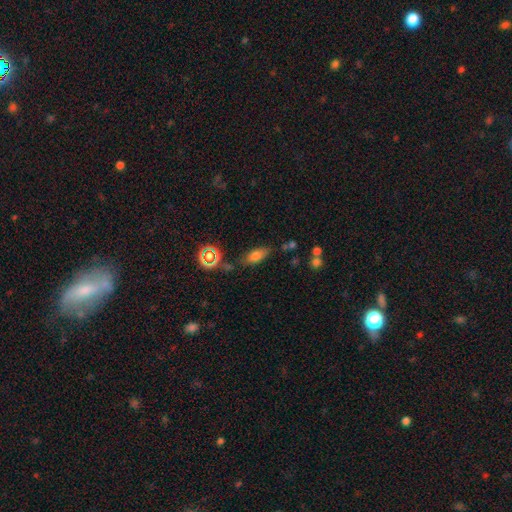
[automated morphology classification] Overall: smooth (71%). How rounded: in between (76%). Merging: none (69%).